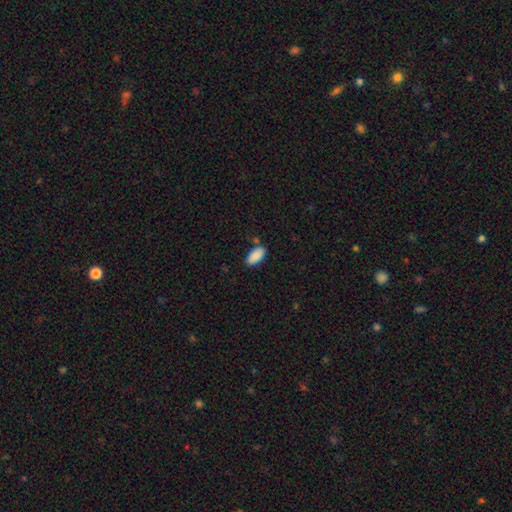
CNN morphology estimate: This is clearly a smooth galaxy (88%). How rounded: clearly in between (92%). Merging: clearly none (81%).